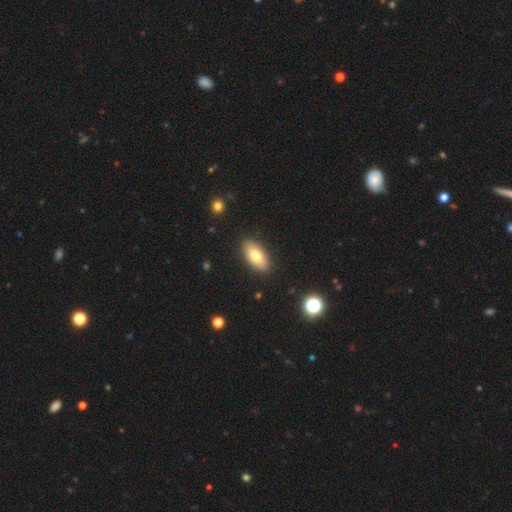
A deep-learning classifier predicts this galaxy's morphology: Smooth or featured? Predicted: smooth (p=0.77). How rounded? Predicted: in between (p=0.89). Merging? Predicted: none (p=0.88).